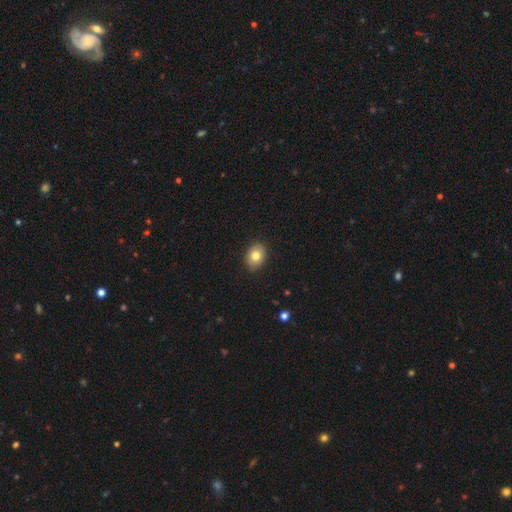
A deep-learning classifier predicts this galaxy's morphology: smooth_or_featured: smooth (p=0.80) [alt: featured or disk p=0.11]
how_rounded: in between (p=0.67) [alt: round p=0.32]
merging: none (p=0.89) [alt: minor disturbance p=0.08]